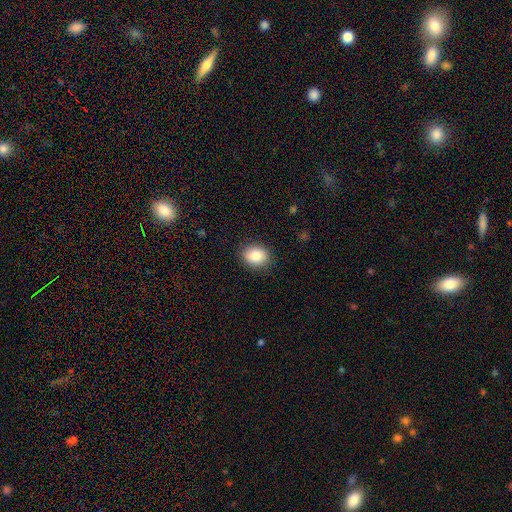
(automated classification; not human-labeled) Q: Smooth or featured?
A: smooth (83%); runner-up: star or artifact (9%)
Q: How rounded?
A: round (59%); runner-up: in between (41%)
Q: Merging?
A: none (88%); runner-up: minor disturbance (8%)